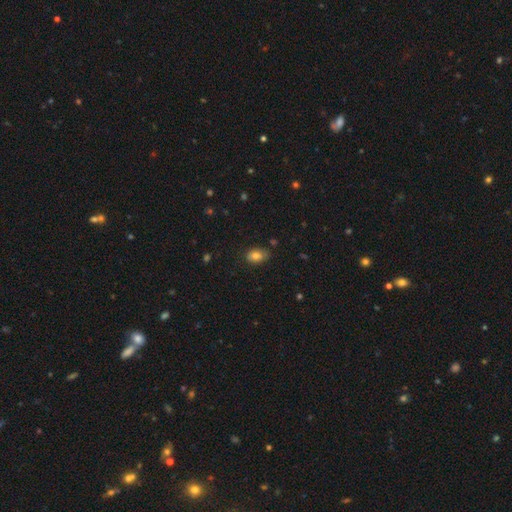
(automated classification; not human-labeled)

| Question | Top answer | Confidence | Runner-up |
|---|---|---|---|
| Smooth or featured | smooth | 80% | featured or disk (10%) |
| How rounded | in between | 82% | round (17%) |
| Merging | none | 72% | minor disturbance (22%) |